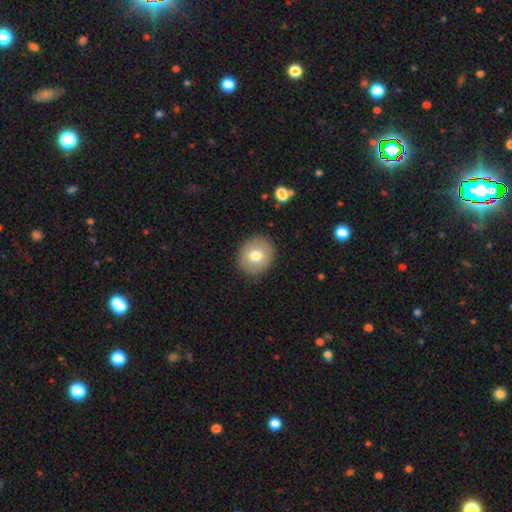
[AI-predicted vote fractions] The model was most divided on "smooth or featured": smooth: 74%, featured or disk: 17%, star or artifact: 9%. More confident: merging — none (88%); how rounded — round (80%).